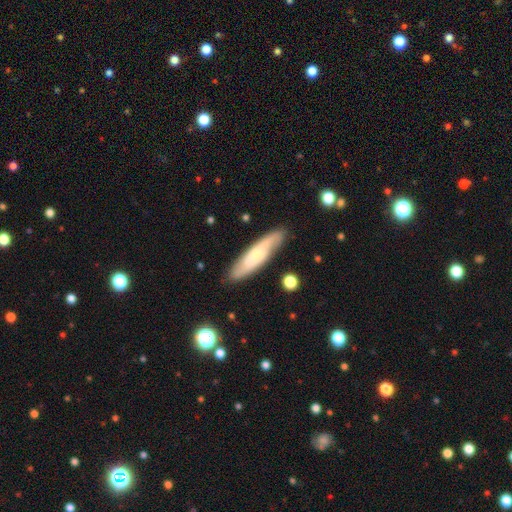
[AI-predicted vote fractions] Smooth or featured? smooth (49%)
Merging? none (84%)